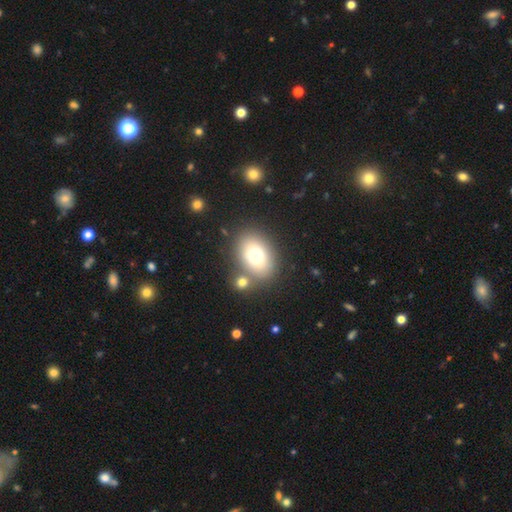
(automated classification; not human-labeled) smooth_or_featured: smooth (p=0.72) [alt: featured or disk p=0.16]
how_rounded: in between (p=0.69) [alt: round p=0.30]
merging: none (p=0.70) [alt: merger p=0.15]